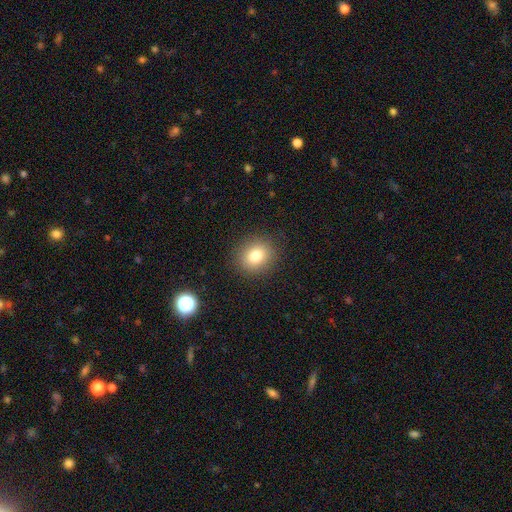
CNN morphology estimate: Smooth or featured?
  - smooth: 79% *
  - star or artifact: 12%
  - featured or disk: 9%
How rounded?
  - round: 74% *
  - in between: 25%
  - cigar-shaped: 1%
Merging?
  - none: 89% *
  - minor disturbance: 7%
  - major disturbance: 3%
  - merger: 1%